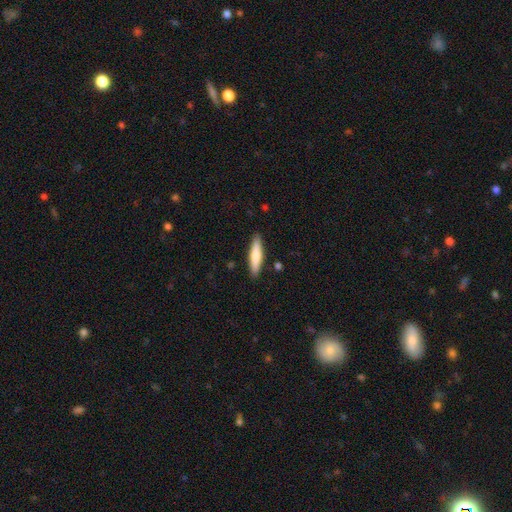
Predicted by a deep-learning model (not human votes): Overall: smooth (71%). How rounded: cigar-shaped (80%). Merging: none (88%).